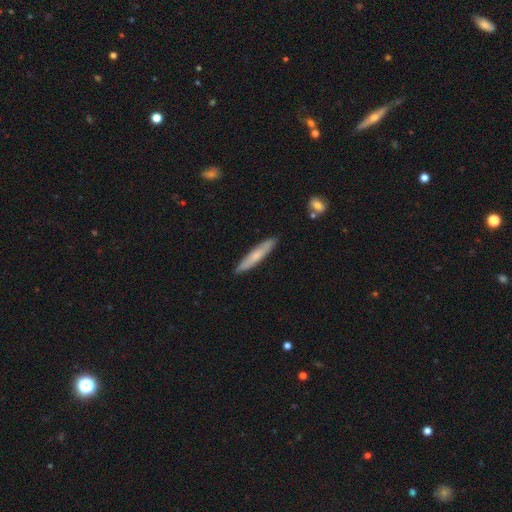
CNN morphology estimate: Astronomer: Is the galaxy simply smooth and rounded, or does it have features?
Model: smooth — 62%.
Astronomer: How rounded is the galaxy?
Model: cigar-shaped — 93%.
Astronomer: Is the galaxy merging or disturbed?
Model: none — 89%.